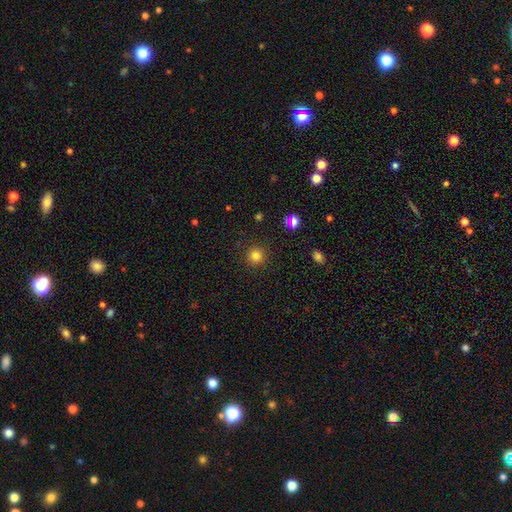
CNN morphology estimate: This appears to be a smooth galaxy with no disk features (81%) that is round (95%). Merging: none (91%).